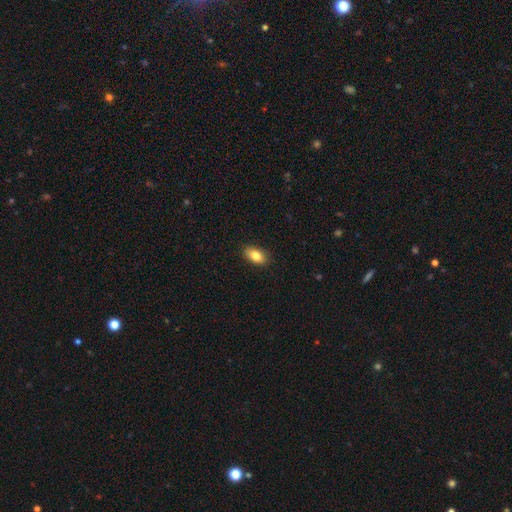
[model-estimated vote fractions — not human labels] Smooth or featured? Predicted: smooth (p=0.84). How rounded? Predicted: in between (p=0.91). Merging? Predicted: none (p=0.87).